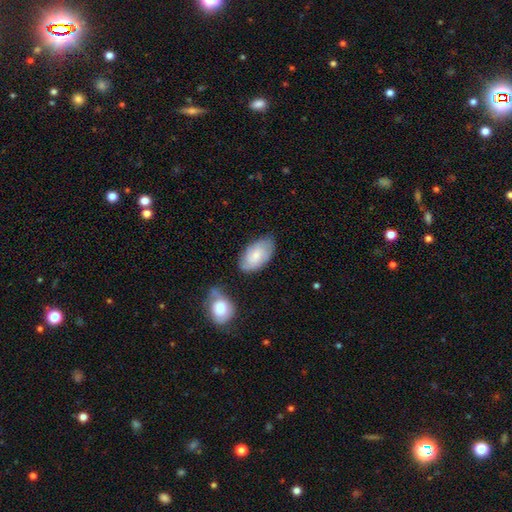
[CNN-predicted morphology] Q: Smooth or featured?
A: smooth (57%); runner-up: featured or disk (37%)
Q: How rounded?
A: in between (93%); runner-up: round (4%)
Q: Merging?
A: none (69%); runner-up: minor disturbance (21%)